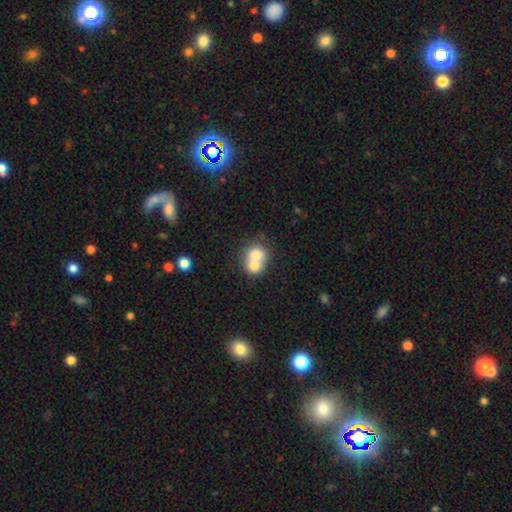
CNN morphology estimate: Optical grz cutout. It shows a smooth galaxy with no disk features (72%) that is round (72%). Merging: merger (68%).